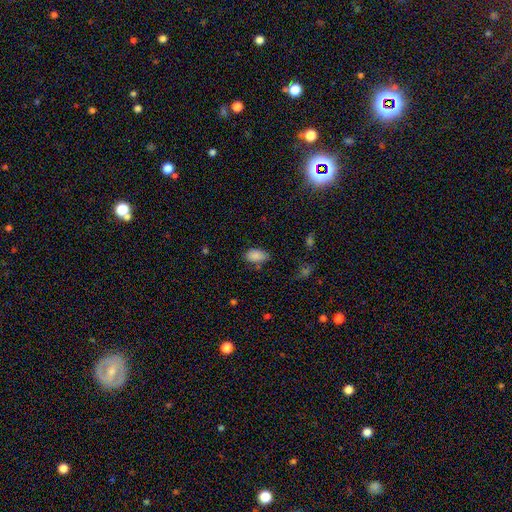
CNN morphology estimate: Overall: smooth (85%). How rounded: in between (92%). Merging: none (74%).